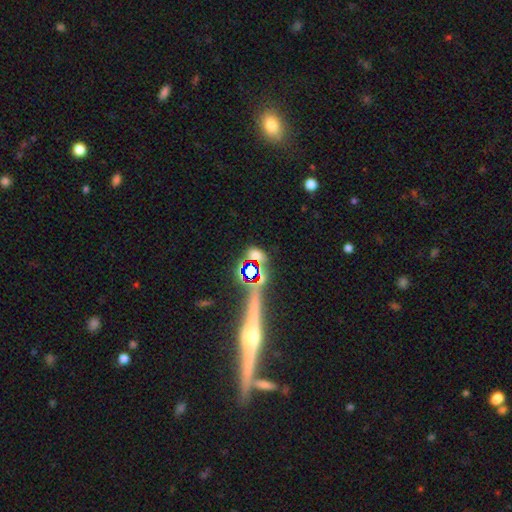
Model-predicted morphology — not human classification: Q: Smooth or featured?
A: smooth (48%); runner-up: star or artifact (40%)
Q: Merging?
A: none (66%); runner-up: merger (14%)